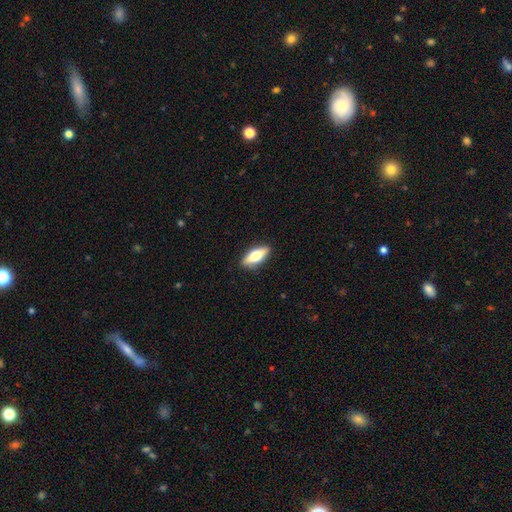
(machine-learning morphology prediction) A smooth galaxy with no disk features (57%) that is in between round and cigar-shaped (66%). Merging: none (89%).